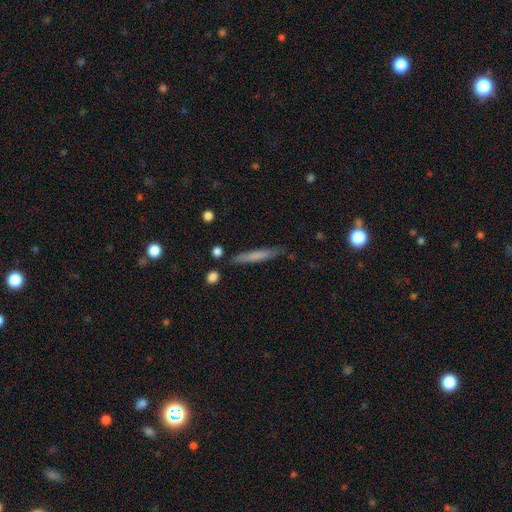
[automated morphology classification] The model was most divided on "smooth or featured": smooth: 67%, featured or disk: 27%, star or artifact: 7%. More confident: how rounded — cigar-shaped (94%); merging — none (81%).